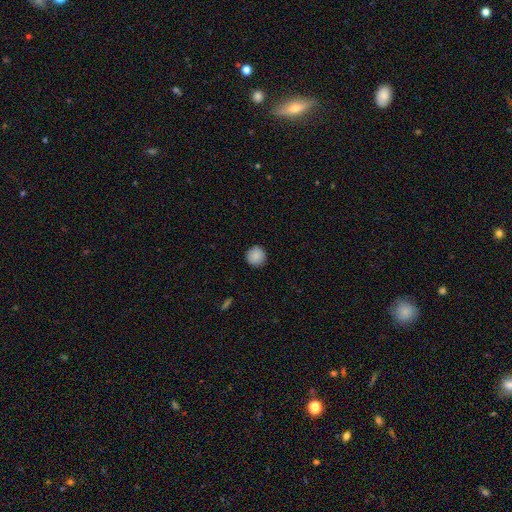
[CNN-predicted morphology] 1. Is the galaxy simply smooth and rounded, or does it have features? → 89% smooth, 8% star or artifact, 3% featured or disk.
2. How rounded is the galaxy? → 95% round, 4% in between, 1% cigar-shaped.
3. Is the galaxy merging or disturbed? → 92% none, 6% minor disturbance, 2% major disturbance, 1% merger.